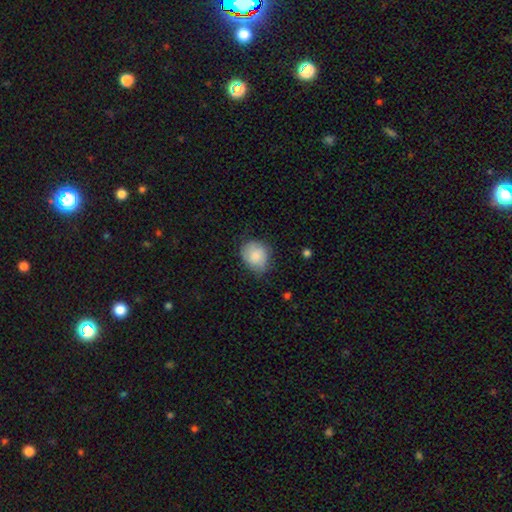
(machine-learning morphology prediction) This is clearly a smooth galaxy (83%). How rounded: likely round (63%). Merging: likely none (63%).